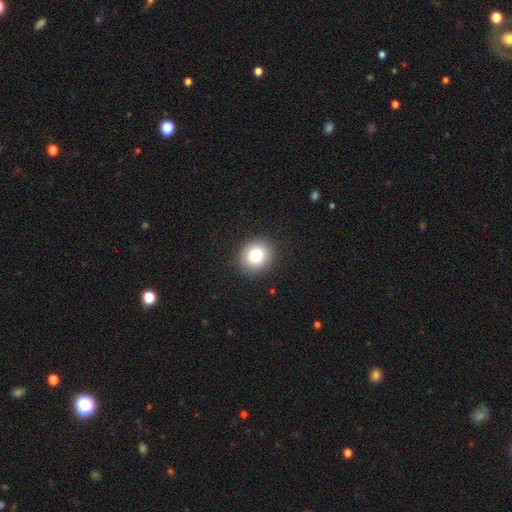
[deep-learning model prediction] A smooth galaxy with no disk features (82%) that is round (78%). Merging: none (90%).